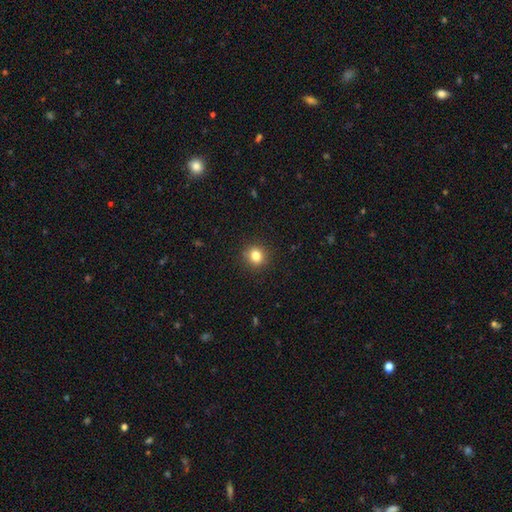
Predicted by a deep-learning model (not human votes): This is clearly a smooth galaxy (82%). How rounded: clearly round (82%). Merging: clearly none (90%).